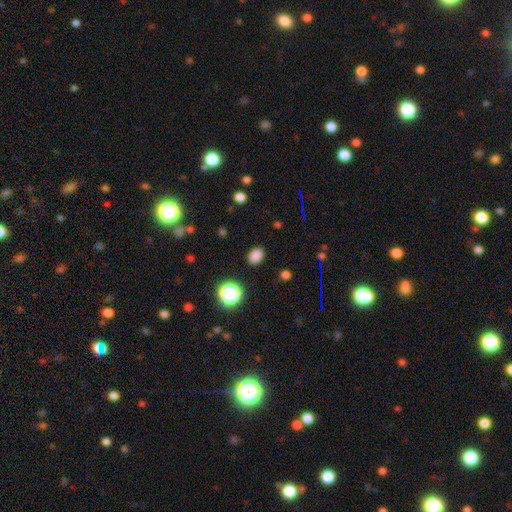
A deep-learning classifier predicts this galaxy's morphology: smooth 83%, star or artifact 14%, featured or disk 4%. Down the decision tree: how rounded — in between (60%); merging — none (88%).